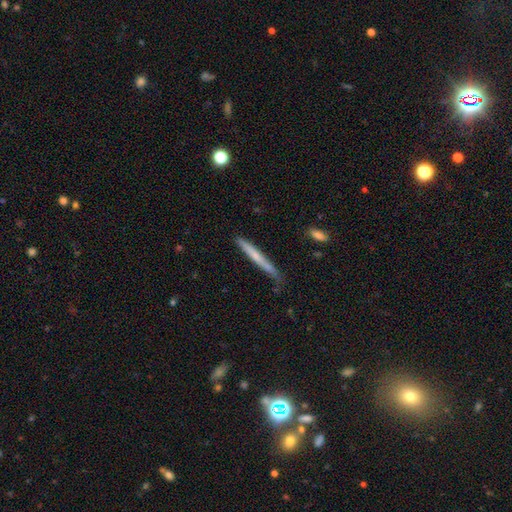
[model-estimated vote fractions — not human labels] This is possibly a smooth galaxy (57%). How rounded: clearly cigar-shaped (96%). Merging: likely none (73%).